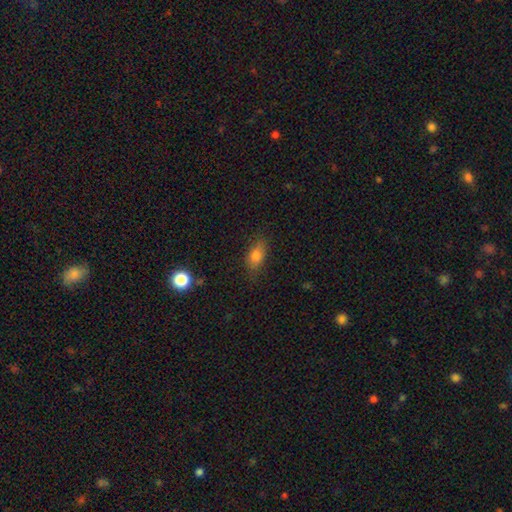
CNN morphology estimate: smooth 77%, featured or disk 12%, star or artifact 11%. Down the decision tree: how rounded — in between (82%); merging — none (77%).